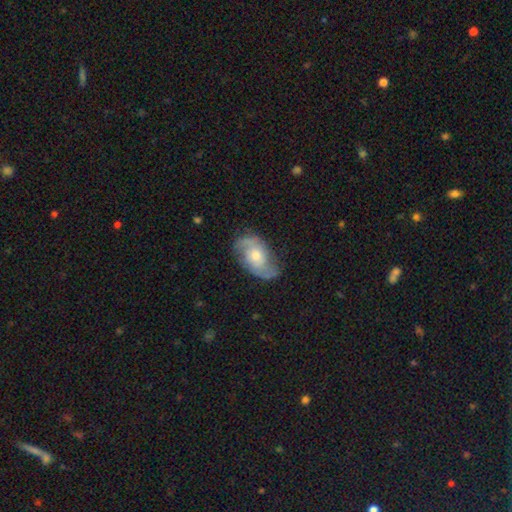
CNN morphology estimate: Q: Smooth or featured?
A: featured or disk (73%); runner-up: smooth (21%)
Q: Edge-on disk?
A: no (96%); runner-up: yes (4%)
Q: Bar?
A: no (67%); runner-up: weak (28%)
Q: Spiral arms?
A: yes (90%); runner-up: no (10%)
Q: Spiral winding?
A: medium (43%); runner-up: loose (37%)
Q: Spiral arm count?
A: 2 (86%); runner-up: can't tell (8%)
Q: Bulge size?
A: moderate (58%); runner-up: small (29%)
Q: Merging?
A: none (69%); runner-up: minor disturbance (21%)